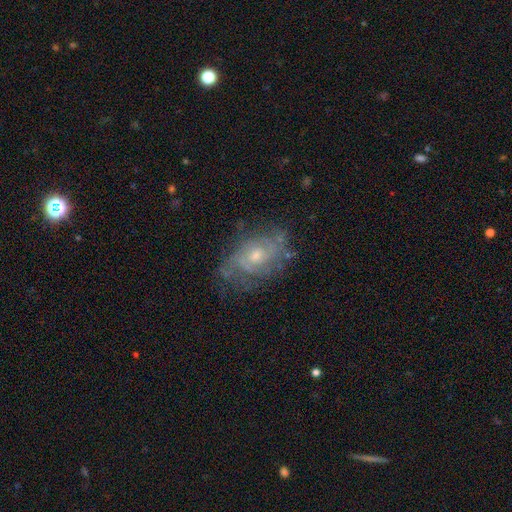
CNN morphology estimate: Smooth or featured?
  - featured or disk: 72% *
  - smooth: 18%
  - star or artifact: 10%
Edge-on disk?
  - no: 95% *
  - yes: 5%
Bar?
  - no: 75% *
  - weak: 22%
  - strong: 3%
Spiral arms?
  - yes: 80% *
  - no: 20%
Spiral winding?
  - tight: 49% *
  - medium: 36%
  - loose: 14%
Spiral arm count?
  - can't tell: 47% *
  - 2: 29%
  - 3: 10%
  - 4: 5%
  - 1: 4%
  - more than 4: 4%
Bulge size?
  - moderate: 53% *
  - small: 41%
  - large: 3%
  - none: 2%
  - dominant: 1%
Merging?
  - none: 69% *
  - minor disturbance: 20%
  - major disturbance: 9%
  - merger: 2%